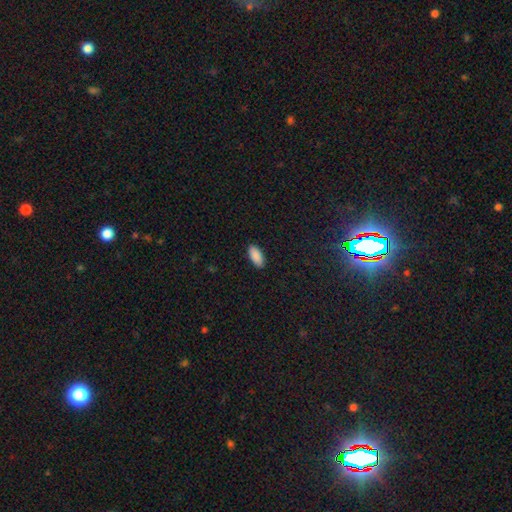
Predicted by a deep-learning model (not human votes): This is clearly a smooth galaxy (90%). How rounded: clearly in between (90%). Merging: clearly none (89%).